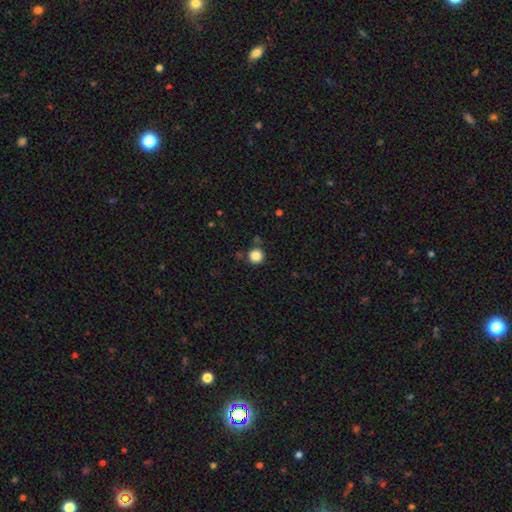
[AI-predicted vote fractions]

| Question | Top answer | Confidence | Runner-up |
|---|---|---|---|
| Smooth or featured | smooth | 85% | star or artifact (11%) |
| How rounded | round | 95% | in between (4%) |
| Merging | none | 86% | minor disturbance (8%) |